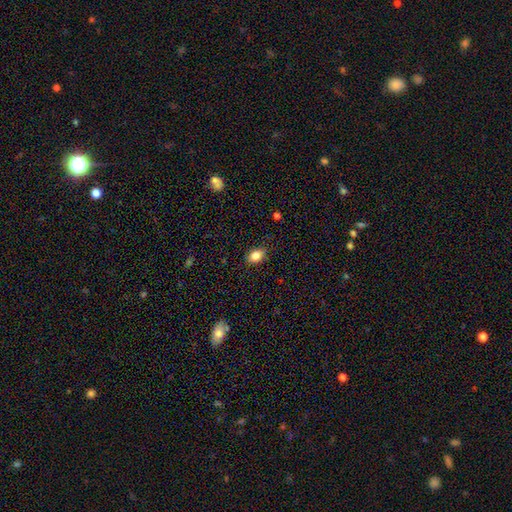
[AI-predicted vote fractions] Smooth or featured? smooth (82%)
How rounded? in between (71%)
Merging? none (82%)